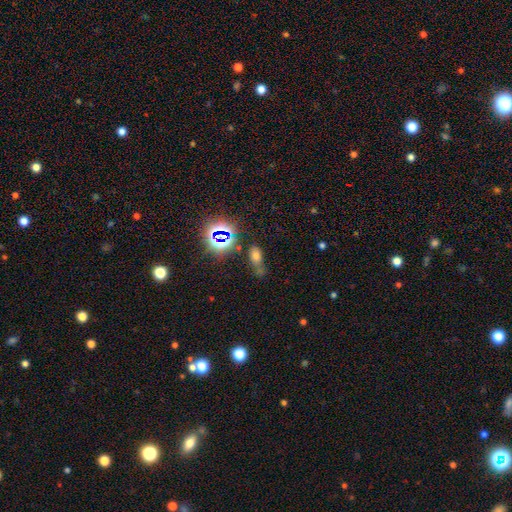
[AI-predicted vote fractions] Overall: smooth (58%; star or artifact 31%). How rounded: in between (76%). Merging: none (49%; minor disturbance 23%).